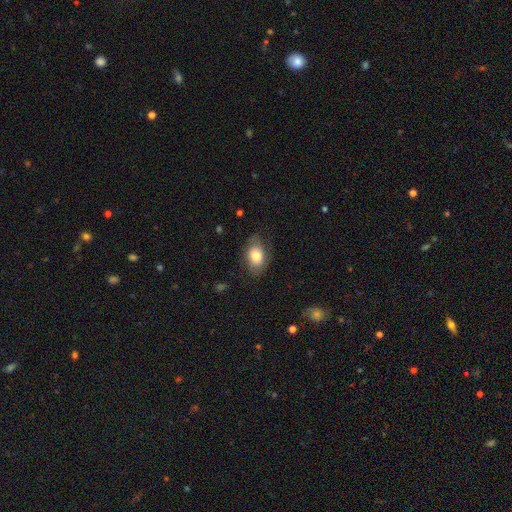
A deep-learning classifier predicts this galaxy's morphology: Q: Smooth or featured?
A: smooth (73%); runner-up: featured or disk (19%)
Q: How rounded?
A: in between (86%); runner-up: round (12%)
Q: Merging?
A: none (72%); runner-up: minor disturbance (20%)